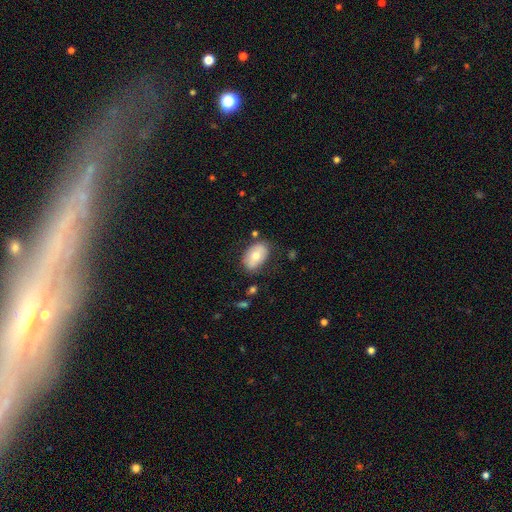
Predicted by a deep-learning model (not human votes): The model was most divided on "smooth or featured": smooth: 68%, featured or disk: 25%, star or artifact: 7%. More confident: how rounded — in between (88%); merging — none (75%).